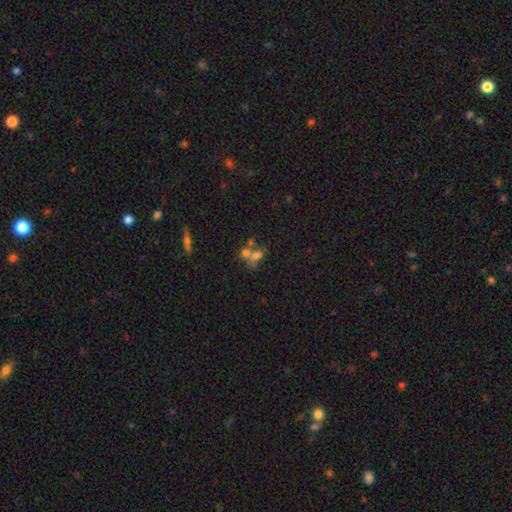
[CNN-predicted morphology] Smooth or featured? Predicted: smooth (p=0.57). How rounded? Predicted: in between (p=0.67). Merging? Predicted: merger (p=0.55).